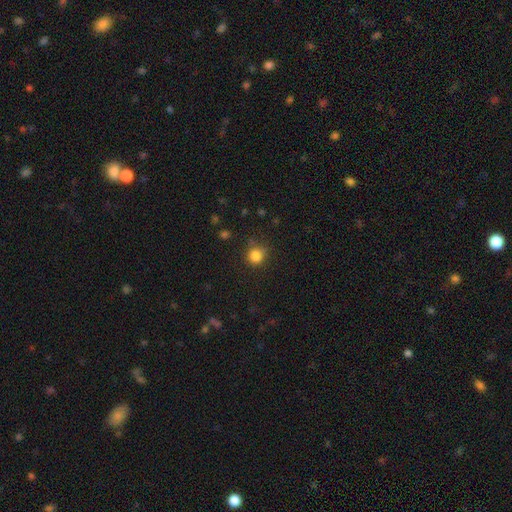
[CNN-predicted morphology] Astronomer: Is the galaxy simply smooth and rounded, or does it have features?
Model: smooth — 83%.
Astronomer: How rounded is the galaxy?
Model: round — 87%.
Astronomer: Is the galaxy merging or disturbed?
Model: none — 73%.